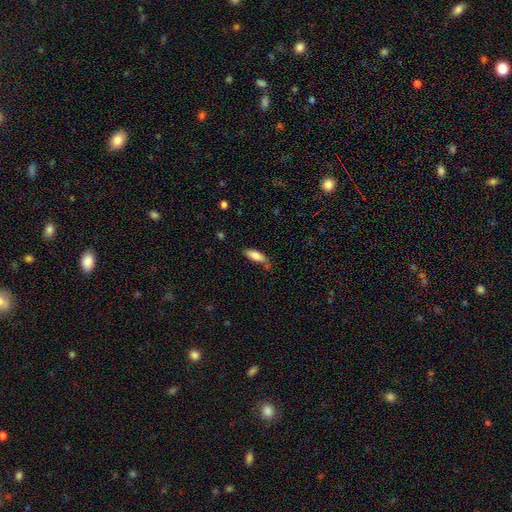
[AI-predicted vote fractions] Smooth or featured? Predicted: smooth (p=0.84). How rounded? Predicted: in between (p=0.69). Merging? Predicted: none (p=0.66).